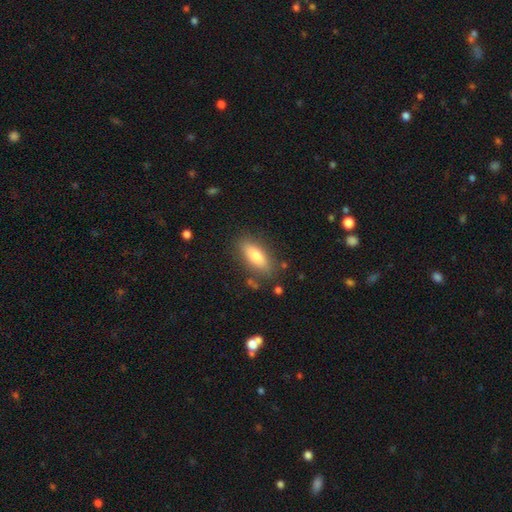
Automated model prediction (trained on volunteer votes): Smooth or featured: smooth — 78% (featured or disk — 15%)
How rounded: in between — 71% (cigar-shaped — 26%)
Merging: none — 82% (minor disturbance — 12%)